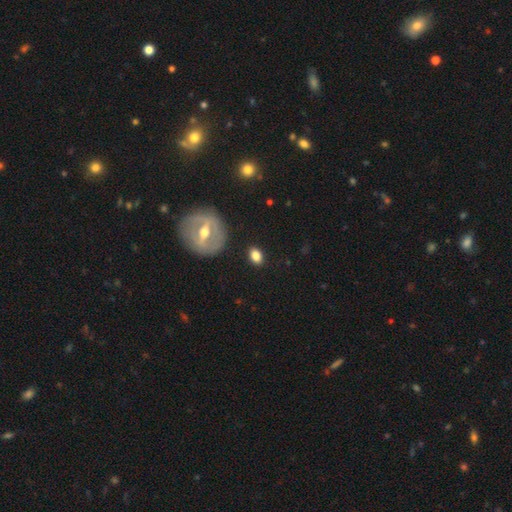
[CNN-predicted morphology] Smooth or featured: smooth — 77% (featured or disk — 14%)
How rounded: in between — 75% (round — 23%)
Merging: none — 86% (minor disturbance — 9%)